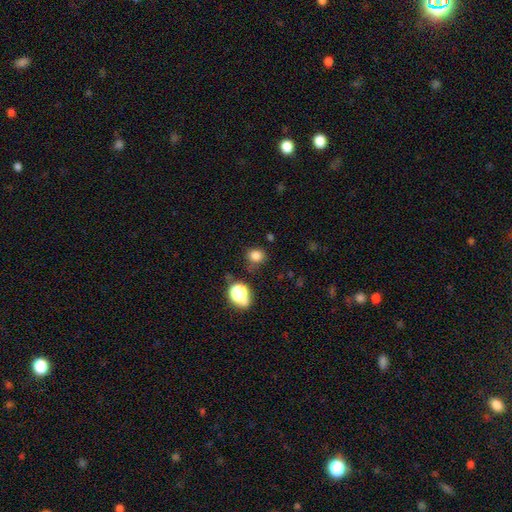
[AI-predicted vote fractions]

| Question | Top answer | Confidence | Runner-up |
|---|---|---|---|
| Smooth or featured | smooth | 78% | star or artifact (17%) |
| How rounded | round | 72% | in between (27%) |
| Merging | none | 73% | minor disturbance (17%) |